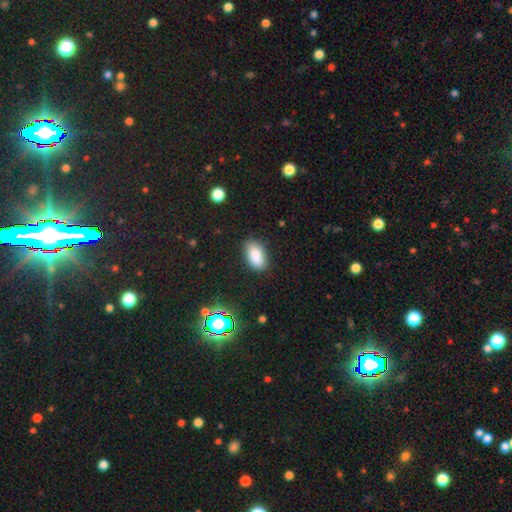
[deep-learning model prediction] Smooth or featured? Predicted: smooth (p=0.85). How rounded? Predicted: in between (p=0.91). Merging? Predicted: none (p=0.83).